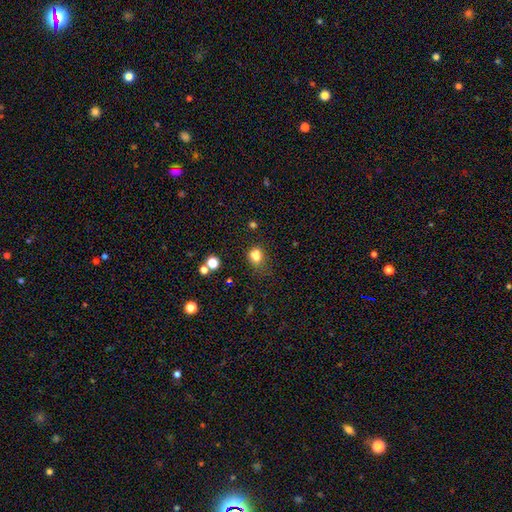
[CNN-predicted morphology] This appears to be a smooth galaxy with no disk features (73%) that is round (57%). Merging: none (42%).